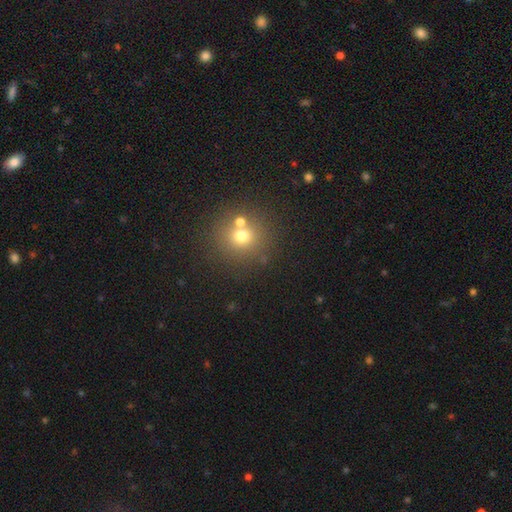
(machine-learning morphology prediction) smooth_or_featured: smooth (p=0.54) [alt: star or artifact p=0.35]
how_rounded: round (p=0.91) [alt: in between p=0.08]
merging: none (p=0.71) [alt: merger p=0.19]